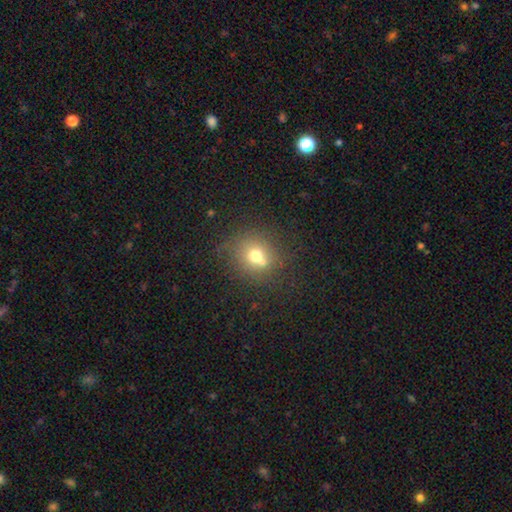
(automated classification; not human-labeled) Smooth or featured?
  - smooth: 65% *
  - featured or disk: 18%
  - star or artifact: 17%
How rounded?
  - round: 83% *
  - in between: 16%
  - cigar-shaped: 1%
Merging?
  - none: 57% *
  - merger: 27%
  - minor disturbance: 11%
  - major disturbance: 5%